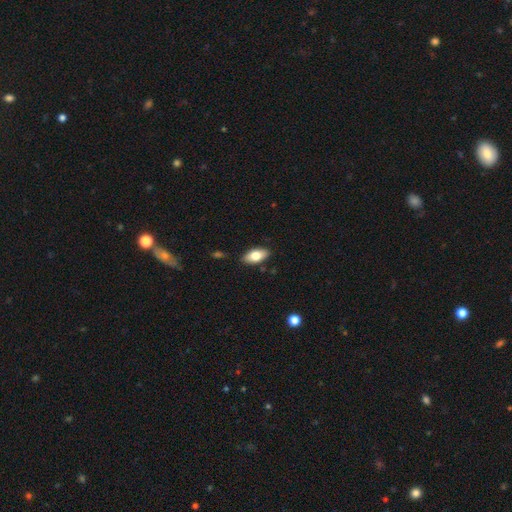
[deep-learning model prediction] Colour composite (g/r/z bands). It shows a smooth galaxy with no disk features (77%) that is in between round and cigar-shaped (90%). Merging: none (86%).